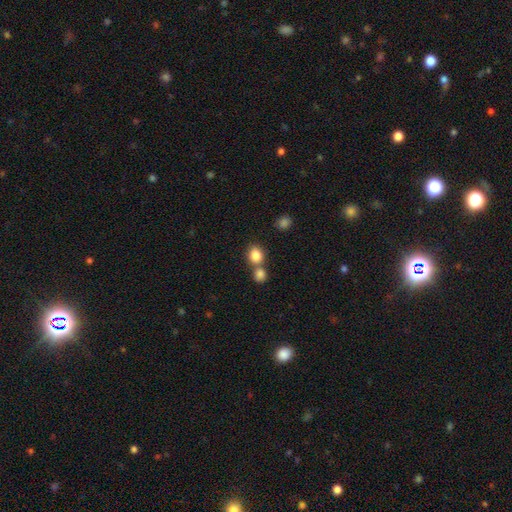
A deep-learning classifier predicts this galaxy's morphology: This appears to be a smooth galaxy with no disk features (84%) that is round (63%). Merging: none (49%).